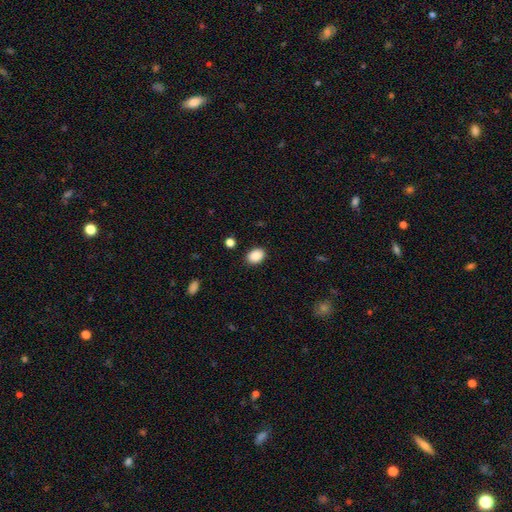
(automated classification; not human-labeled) A smooth galaxy with no disk features (88%) that is in between round and cigar-shaped (68%). Merging: none (88%).